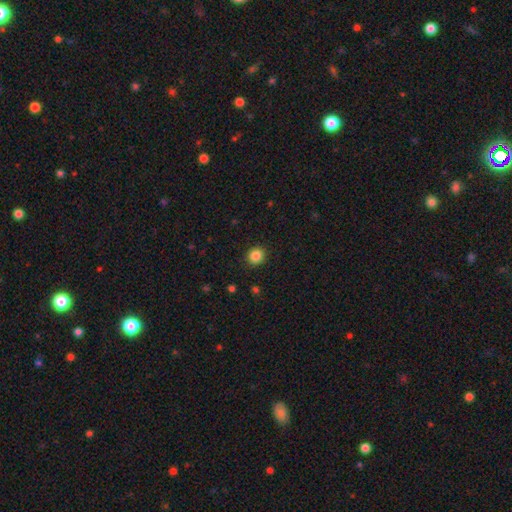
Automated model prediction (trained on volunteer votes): A smooth galaxy with no disk features (86%) that is round (82%).

Vote fractions:
- Smooth or featured? smooth: 86% / star or artifact: 11% / featured or disk: 4%
- How rounded? round: 82% / in between: 17% / cigar-shaped: 1%
- Merging? none: 91% / minor disturbance: 6% / major disturbance: 2% / merger: 1%